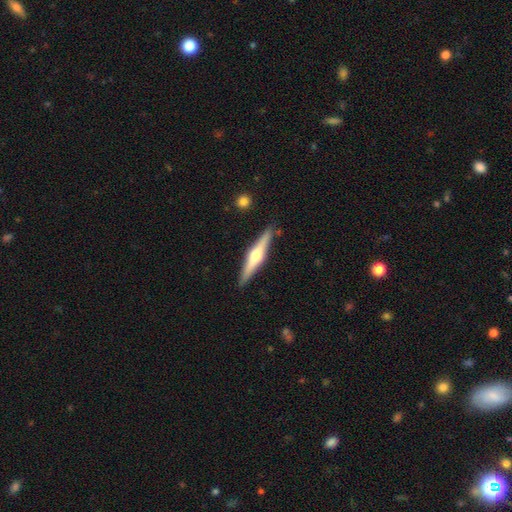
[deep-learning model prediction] smooth_or_featured: featured or disk (p=0.69) [alt: smooth p=0.26]
disk_edge_on: yes (p=0.98) [alt: no p=0.02]
edge_on_bulge: rounded (p=0.92) [alt: boxy p=0.05]
merging: none (p=0.89) [alt: minor disturbance p=0.08]